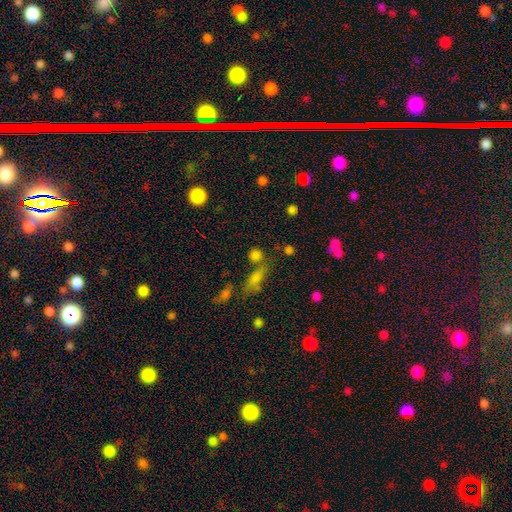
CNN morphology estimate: The model was most divided on "merging": none: 59%, merger: 24%, minor disturbance: 11%, major disturbance: 6%. More confident: how rounded — round (72%); smooth or featured — smooth (71%).